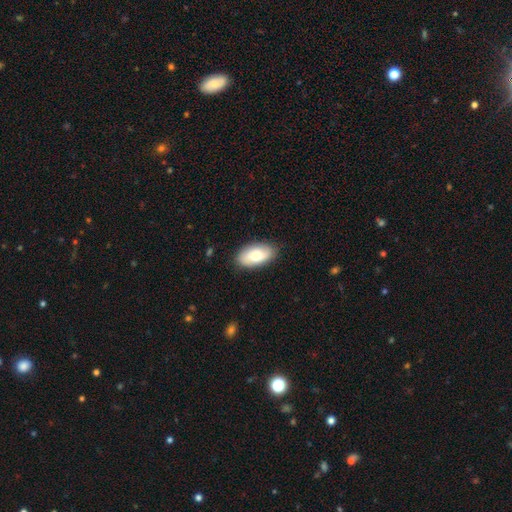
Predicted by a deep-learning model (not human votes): Overall: smooth (75%). How rounded: in between (94%). Merging: none (84%).